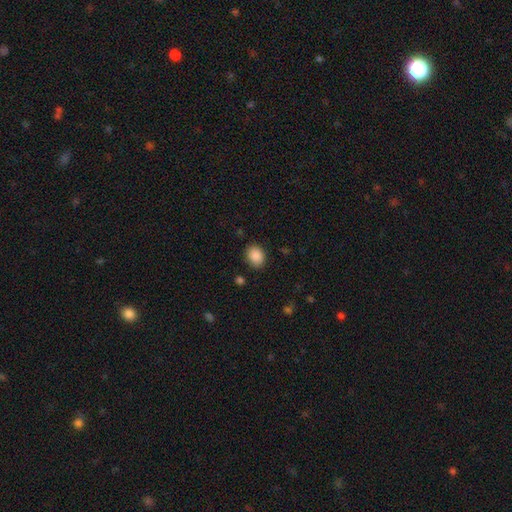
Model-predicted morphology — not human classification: Q: Smooth or featured?
A: smooth (89%); runner-up: star or artifact (8%)
Q: How rounded?
A: in between (52%); runner-up: round (48%)
Q: Merging?
A: none (87%); runner-up: minor disturbance (9%)